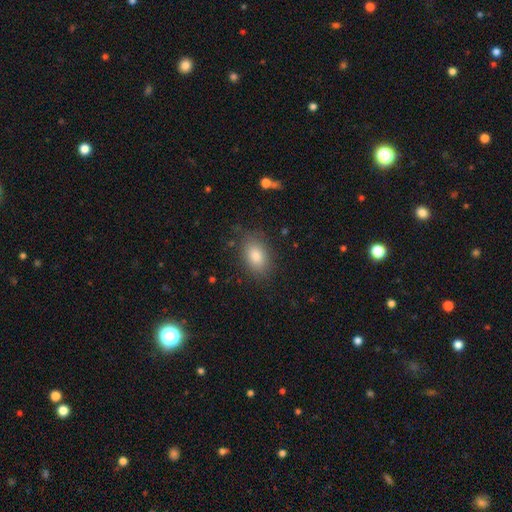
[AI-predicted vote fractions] smooth-or-featured: smooth: 82% | star or artifact: 9% | featured or disk: 8%
  how-rounded: in between: 86% | round: 12% | cigar-shaped: 2%
  merging: none: 84% | minor disturbance: 12% | major disturbance: 3% | merger: 1%